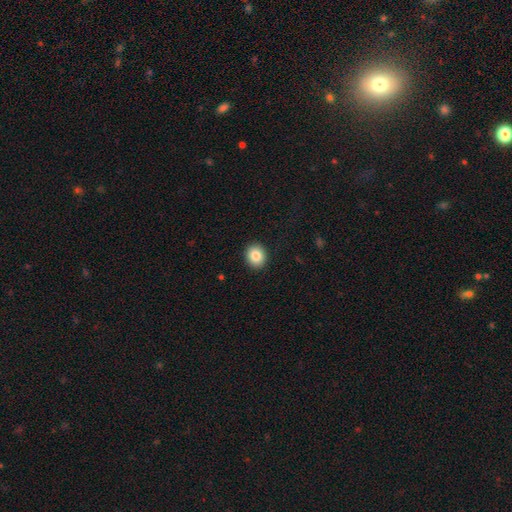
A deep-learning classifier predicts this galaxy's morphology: The model was most divided on "how rounded": round: 74%, in between: 25%, cigar-shaped: 1%. More confident: merging — none (92%); smooth or featured — smooth (85%).